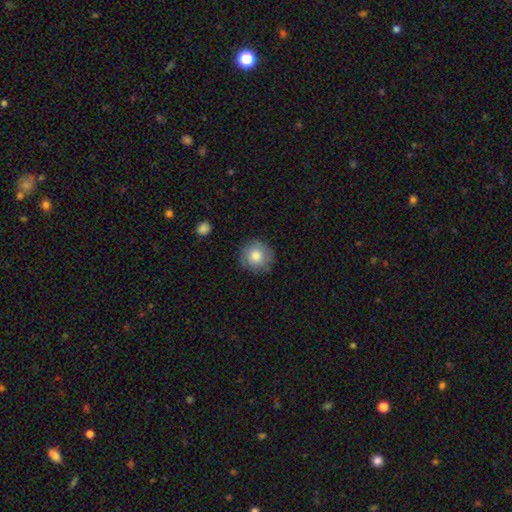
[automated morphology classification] A smooth galaxy with no disk features (80%) that is round (93%). Merging: none (83%).